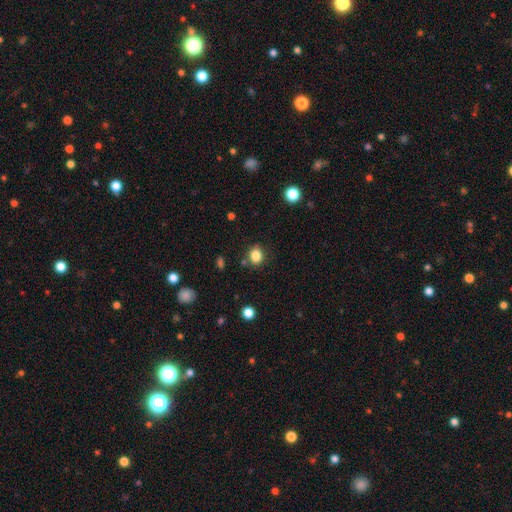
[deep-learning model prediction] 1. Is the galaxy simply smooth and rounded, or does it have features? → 84% smooth, 11% star or artifact, 5% featured or disk.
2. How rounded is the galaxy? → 61% round, 38% in between, 1% cigar-shaped.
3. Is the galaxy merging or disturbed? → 80% none, 12% minor disturbance, 5% merger, 3% major disturbance.